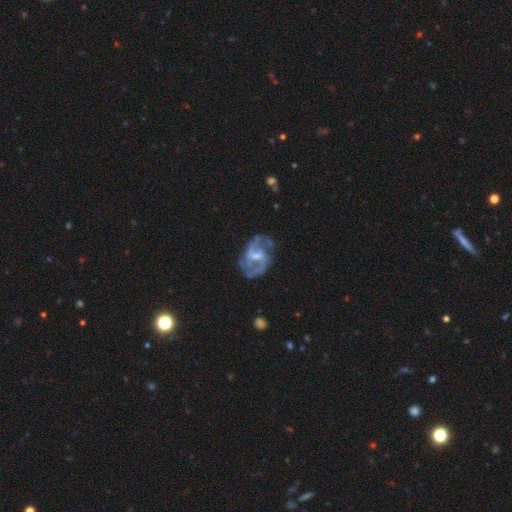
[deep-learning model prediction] A featured or disk galaxy (86%) with a weak bar (57%), 2 (76%) medium (51%) spiral arms (94%) and a moderate central bulge (43%).

Vote fractions:
- Smooth or featured? featured or disk: 86% / smooth: 7% / star or artifact: 6%
- Edge-on disk? no: 97% / yes: 3%
- Bar? weak: 57% / strong: 22% / no: 21%
- Spiral arms? yes: 94% / no: 6%
- Spiral winding? medium: 51% / loose: 33% / tight: 16%
- Spiral arm count? 2: 76% / can't tell: 9% / 3: 8% / 1: 3% / 4: 2% / more than 4: 2%
- Bulge size? moderate: 43% / small: 42% / none: 11% / large: 3% / dominant: 1%
- Merging? none: 67% / minor disturbance: 19% / major disturbance: 11% / merger: 2%